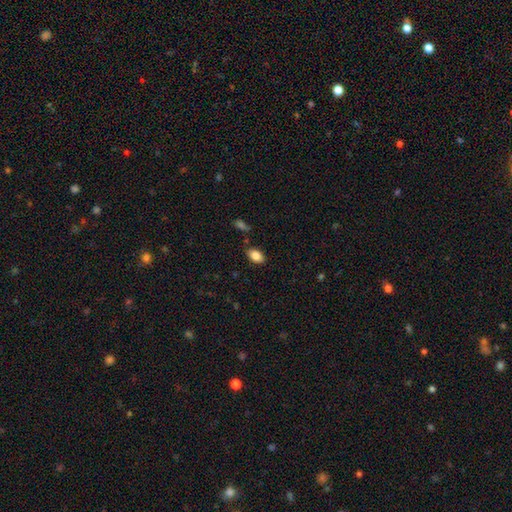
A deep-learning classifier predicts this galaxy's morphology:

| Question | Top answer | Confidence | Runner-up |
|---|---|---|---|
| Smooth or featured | smooth | 84% | star or artifact (8%) |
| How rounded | in between | 91% | round (8%) |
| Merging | none | 84% | minor disturbance (11%) |